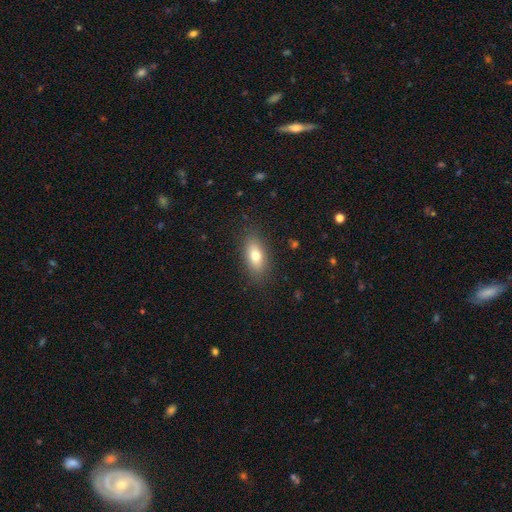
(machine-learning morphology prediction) This is likely a smooth galaxy (73%). How rounded: likely in between (80%). Merging: clearly none (86%).